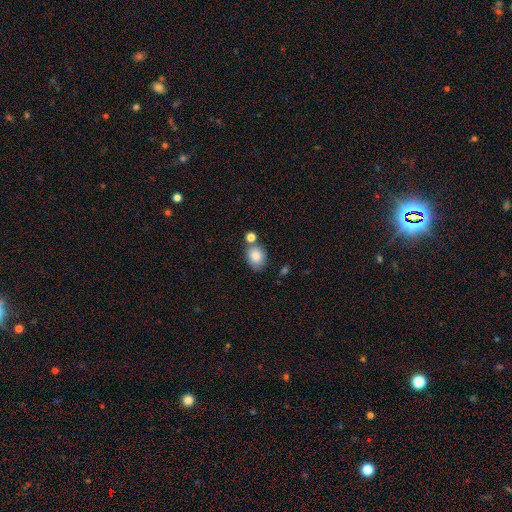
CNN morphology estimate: This is clearly a smooth galaxy (84%). How rounded: likely in between (67%). Merging: likely none (63%).